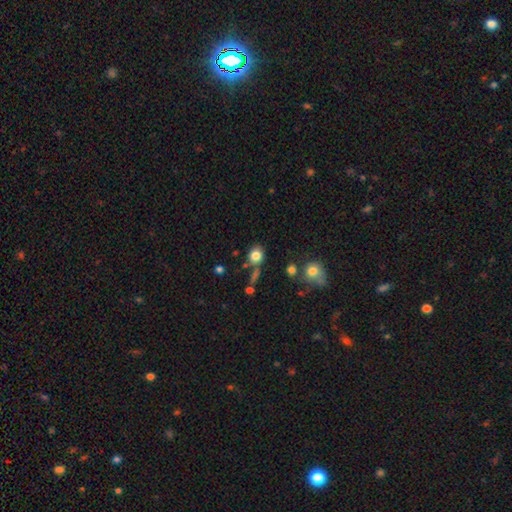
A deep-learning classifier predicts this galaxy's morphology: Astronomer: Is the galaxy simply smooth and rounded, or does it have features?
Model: smooth — 82%.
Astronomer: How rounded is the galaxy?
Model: round — 70%.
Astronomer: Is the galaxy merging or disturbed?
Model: none — 66%.